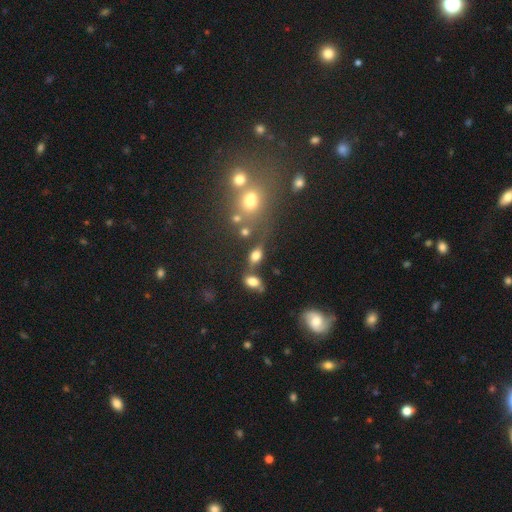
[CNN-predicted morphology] Smooth or featured? Predicted: smooth (p=0.69). How rounded? Predicted: in between (p=0.77). Merging? Predicted: none (p=0.49).